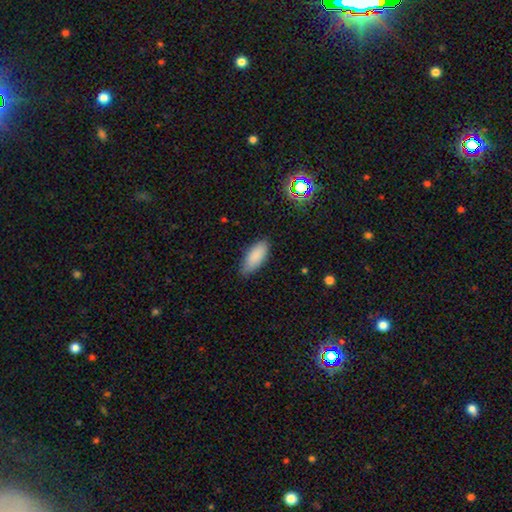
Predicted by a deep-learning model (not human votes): The model was most divided on "merging": none: 81%, minor disturbance: 15%, major disturbance: 3%, merger: 1%. More confident: smooth or featured — smooth (88%); how rounded — in between (82%).